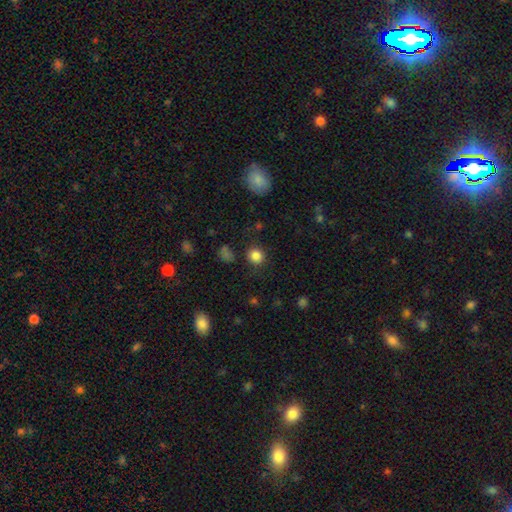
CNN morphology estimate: smooth 84%, star or artifact 11%, featured or disk 4%. Down the decision tree: how rounded — round (89%); merging — none (87%).